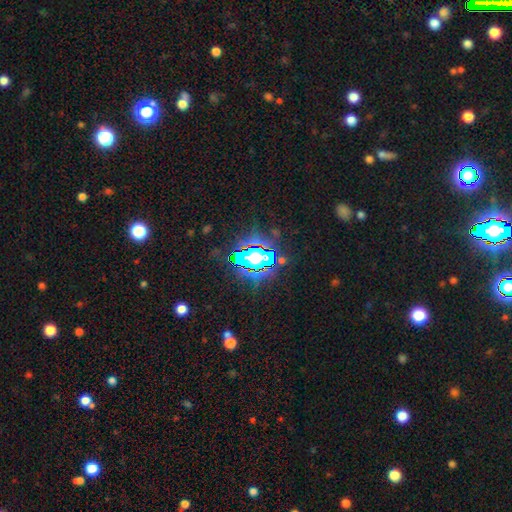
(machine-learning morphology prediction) Smooth or featured? star or artifact (65%)